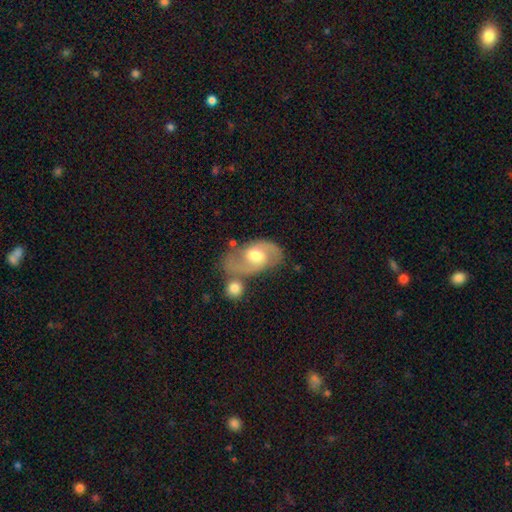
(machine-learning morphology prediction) This appears to be a featured or disk galaxy (71%) with a weak bar (50%), 2 (86%) medium (53%) spiral arms (87%) and a moderate central bulge (70%). Merging: none (53%).